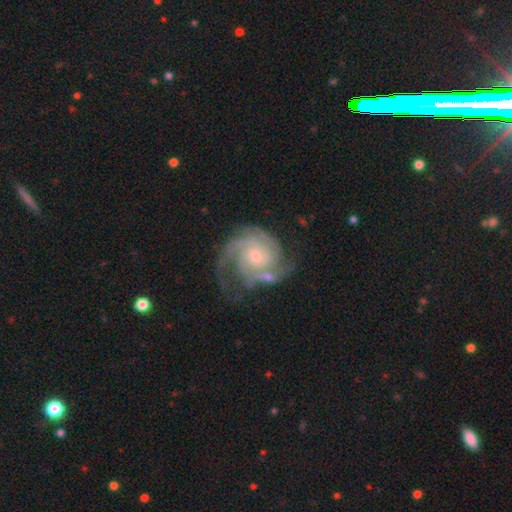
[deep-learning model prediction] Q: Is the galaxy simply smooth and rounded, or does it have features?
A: featured or disk — 90%.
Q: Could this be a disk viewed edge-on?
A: no — 98%.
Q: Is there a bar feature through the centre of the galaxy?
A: no — 71%.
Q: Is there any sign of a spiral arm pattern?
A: yes — 98%.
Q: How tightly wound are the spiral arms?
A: tight — 61%.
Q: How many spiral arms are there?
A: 3 — 35%.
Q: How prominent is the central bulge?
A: small — 59%.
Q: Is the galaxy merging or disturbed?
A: none — 61%.